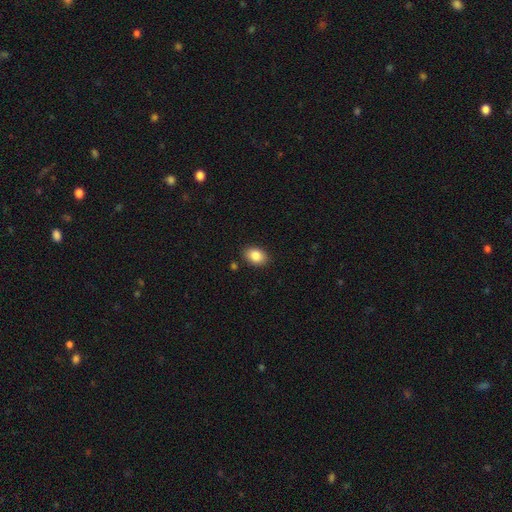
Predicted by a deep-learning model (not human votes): smooth_or_featured: smooth (p=0.86) [alt: star or artifact p=0.08]
how_rounded: in between (p=0.80) [alt: round p=0.19]
merging: none (p=0.87) [alt: minor disturbance p=0.09]